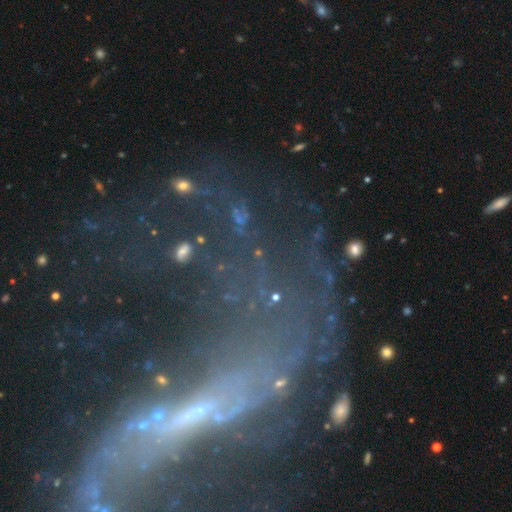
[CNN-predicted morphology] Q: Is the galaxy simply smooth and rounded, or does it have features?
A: featured or disk — 49%.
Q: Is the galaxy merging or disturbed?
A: none — 46%.